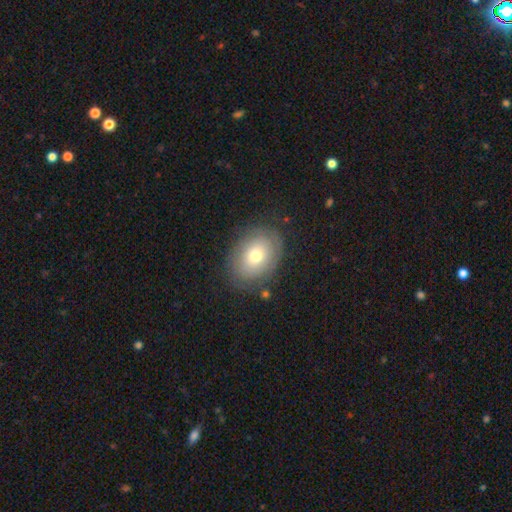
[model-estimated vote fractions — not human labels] smooth_or_featured: smooth (p=0.59) [alt: featured or disk p=0.32]
how_rounded: in between (p=0.69) [alt: round p=0.30]
merging: none (p=0.79) [alt: minor disturbance p=0.14]